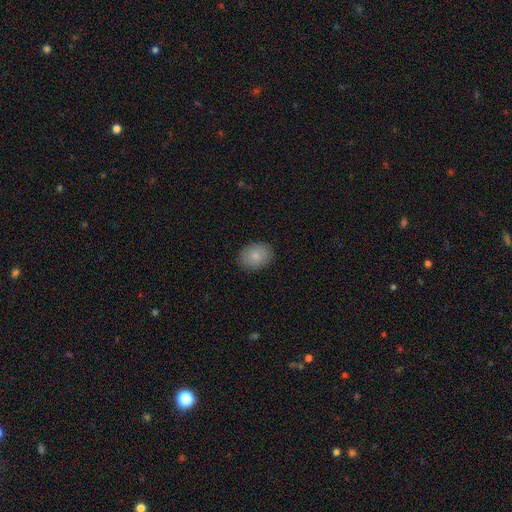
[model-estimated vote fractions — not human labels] smooth_or_featured: smooth (p=0.84) [alt: featured or disk p=0.08]
how_rounded: in between (p=0.63) [alt: round p=0.36]
merging: none (p=0.88) [alt: minor disturbance p=0.09]